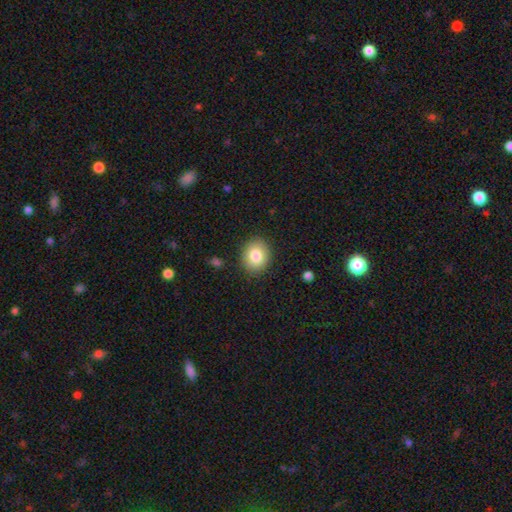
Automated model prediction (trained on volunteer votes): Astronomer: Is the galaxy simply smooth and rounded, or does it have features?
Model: smooth — 83%.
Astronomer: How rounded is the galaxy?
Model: round — 55% (runner-up: in between, 44%).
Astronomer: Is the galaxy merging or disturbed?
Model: none — 88%.